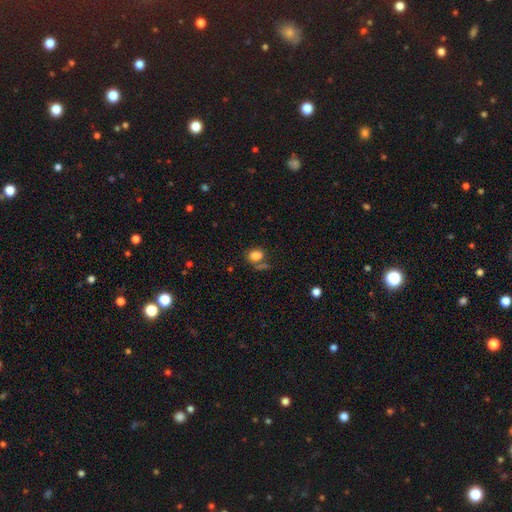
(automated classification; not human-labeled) Morphology: type=smooth (83%); roundness=in between (59%); merging=none (58%).